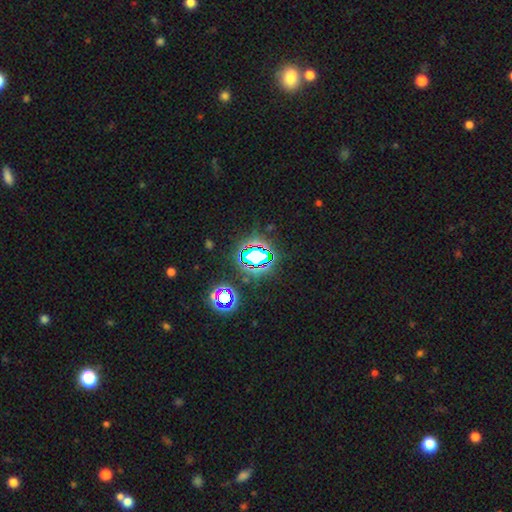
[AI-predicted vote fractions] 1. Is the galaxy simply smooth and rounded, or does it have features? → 67% star or artifact, 20% smooth, 13% featured or disk.